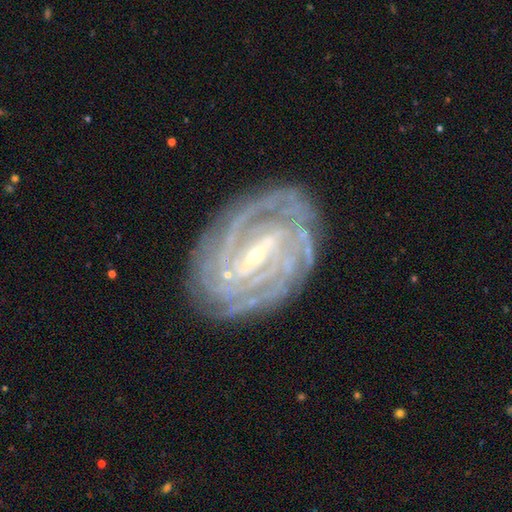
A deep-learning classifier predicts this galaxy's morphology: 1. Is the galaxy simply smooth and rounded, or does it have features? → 91% featured or disk, 5% star or artifact, 4% smooth.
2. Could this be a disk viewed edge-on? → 96% no, 4% yes.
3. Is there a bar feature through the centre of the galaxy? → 58% strong, 31% weak, 10% no.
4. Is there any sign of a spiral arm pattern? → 97% yes, 3% no.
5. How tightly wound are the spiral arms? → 79% tight, 18% medium, 3% loose.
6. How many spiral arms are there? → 24% can't tell, 21% 4, 20% 2, 18% 3, 10% more than 4, 7% 1.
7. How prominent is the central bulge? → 73% small, 24% moderate, 1% large, 1% none, 1% dominant.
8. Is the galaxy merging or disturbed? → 81% none, 13% minor disturbance, 4% major disturbance, 1% merger.